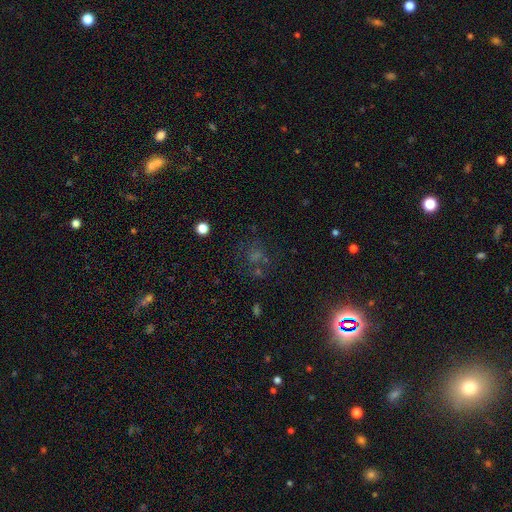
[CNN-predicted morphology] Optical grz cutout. It shows a star or artifact, not a galaxy (56%).